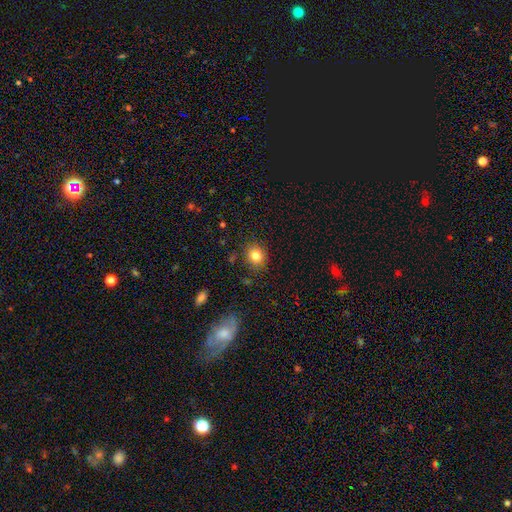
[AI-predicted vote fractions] smooth_or_featured: smooth (p=0.83) [alt: star or artifact p=0.11]
how_rounded: round (p=0.76) [alt: in between p=0.23]
merging: none (p=0.85) [alt: minor disturbance p=0.10]